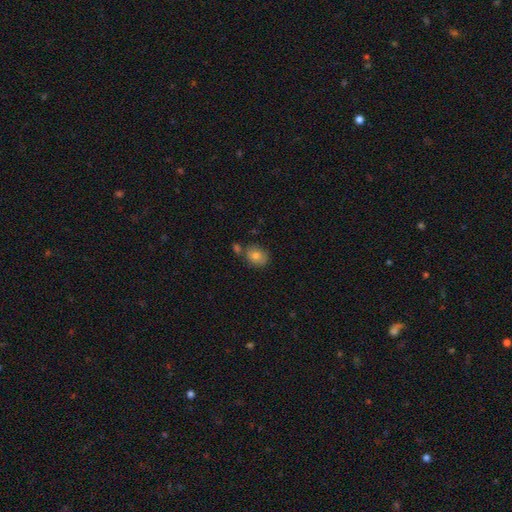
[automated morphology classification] A smooth galaxy with no disk features (79%) that is round (51%).

Vote fractions:
- Smooth or featured? smooth: 79% / featured or disk: 12% / star or artifact: 9%
- How rounded? round: 51% / in between: 48% / cigar-shaped: 1%
- Merging? none: 66% / merger: 15% / minor disturbance: 15% / major disturbance: 4%